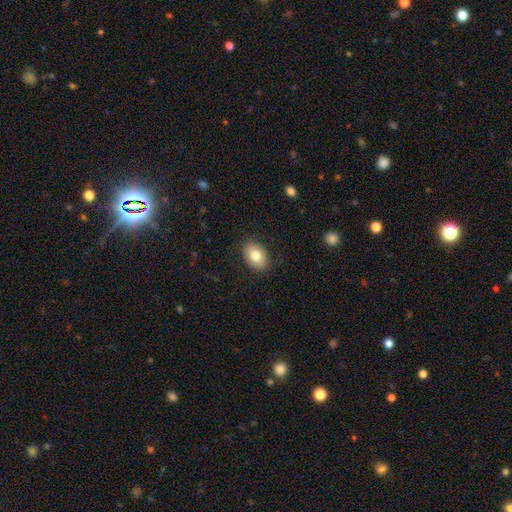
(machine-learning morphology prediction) type=smooth (81%); roundness=in between (73%); merging=none (86%).